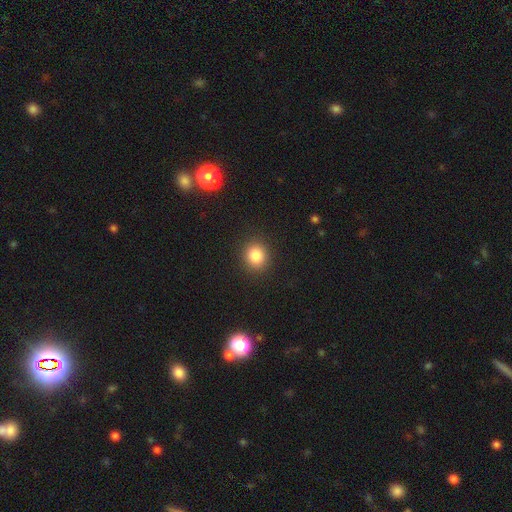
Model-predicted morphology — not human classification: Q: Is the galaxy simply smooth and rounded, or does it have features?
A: smooth — 84%.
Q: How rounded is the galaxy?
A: round — 81%.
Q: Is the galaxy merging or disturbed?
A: none — 90%.